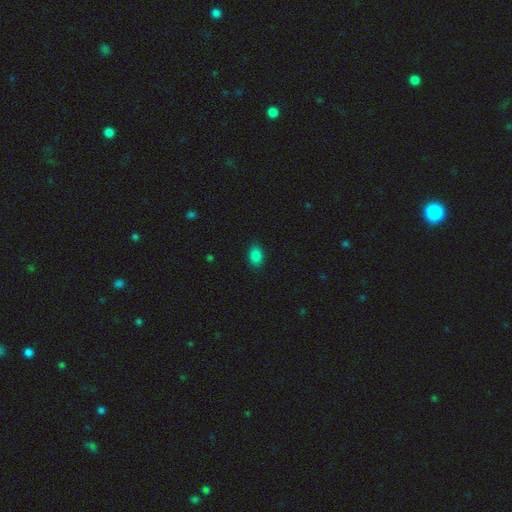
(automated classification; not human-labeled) Smooth or featured: smooth — 85% (star or artifact — 11%)
How rounded: in between — 79% (round — 19%)
Merging: none — 87% (minor disturbance — 10%)